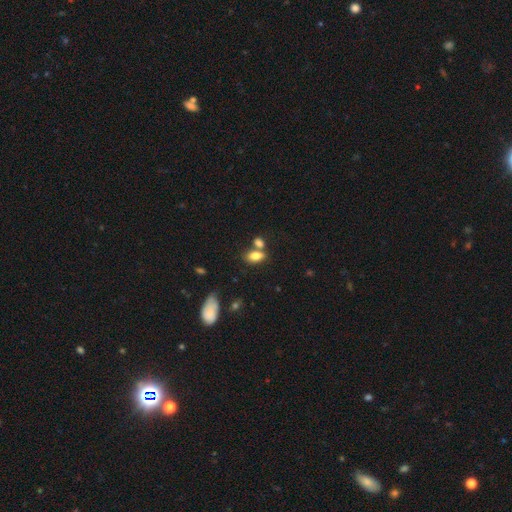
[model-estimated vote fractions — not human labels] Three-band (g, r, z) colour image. It shows a smooth galaxy with no disk features (79%) that is in between round and cigar-shaped (86%). Merging: none (50%).